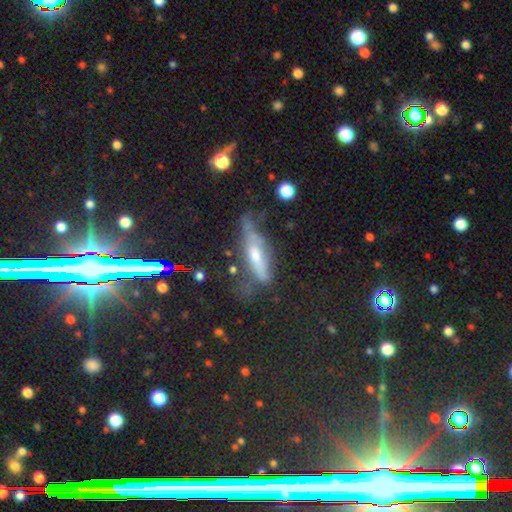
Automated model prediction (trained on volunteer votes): Smooth or featured?
  - featured or disk: 41% *
  - smooth: 37%
  - star or artifact: 22%
Merging?
  - none: 47% *
  - minor disturbance: 31%
  - major disturbance: 16%
  - merger: 6%